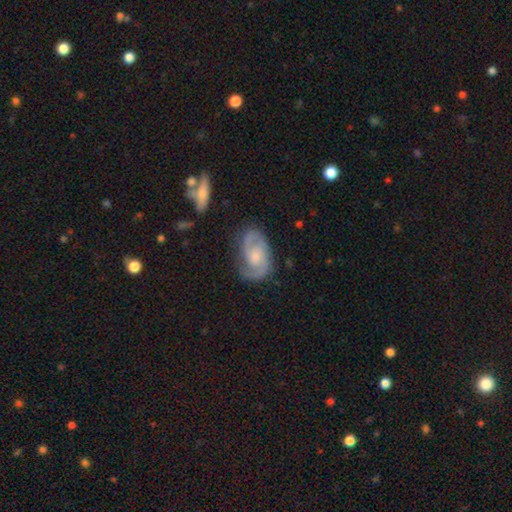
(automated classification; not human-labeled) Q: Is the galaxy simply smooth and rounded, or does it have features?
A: featured or disk — 83%.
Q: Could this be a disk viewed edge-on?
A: no — 97%.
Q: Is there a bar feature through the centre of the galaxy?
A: no — 56%.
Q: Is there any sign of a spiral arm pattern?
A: yes — 96%.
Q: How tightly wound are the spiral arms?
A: medium — 49%.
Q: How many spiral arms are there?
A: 2 — 86%.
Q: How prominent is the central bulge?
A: moderate — 39%.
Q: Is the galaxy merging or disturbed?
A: none — 74%.